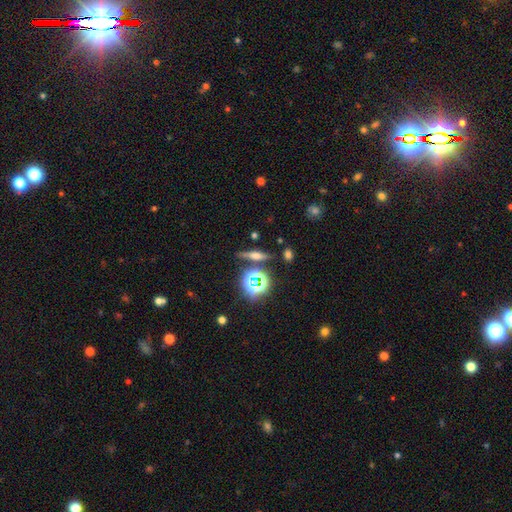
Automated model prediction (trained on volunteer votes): smooth-or-featured: featured or disk: 45% | smooth: 32% | star or artifact: 23%
  merging: none: 82% | minor disturbance: 10% | merger: 5% | major disturbance: 3%